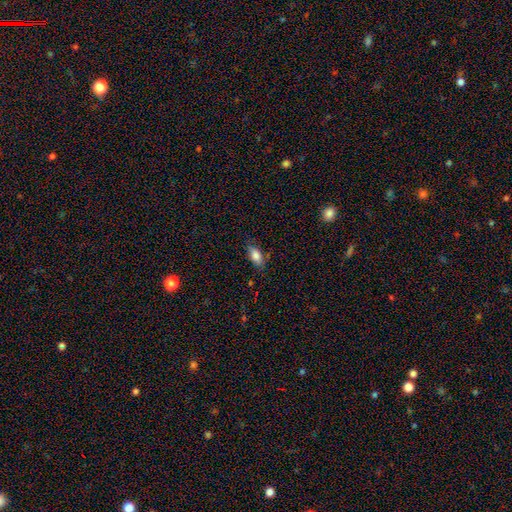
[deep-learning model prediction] The model was most divided on "merging": none: 78%, minor disturbance: 17%, major disturbance: 4%, merger: 2%. More confident: how rounded — in between (87%); smooth or featured — smooth (82%).